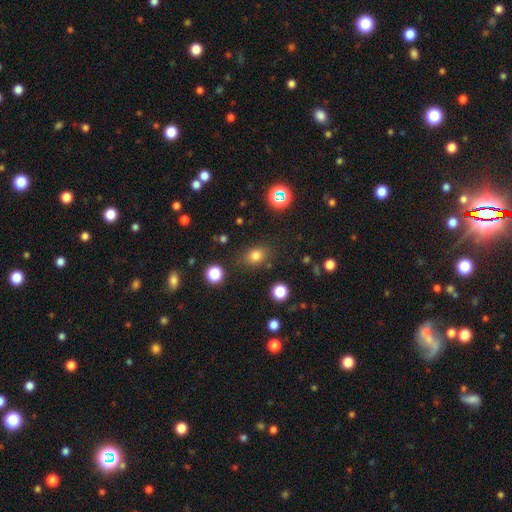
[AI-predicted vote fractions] This appears to be a smooth galaxy with no disk features (77%) that is in between round and cigar-shaped (54%). Merging: none (79%).